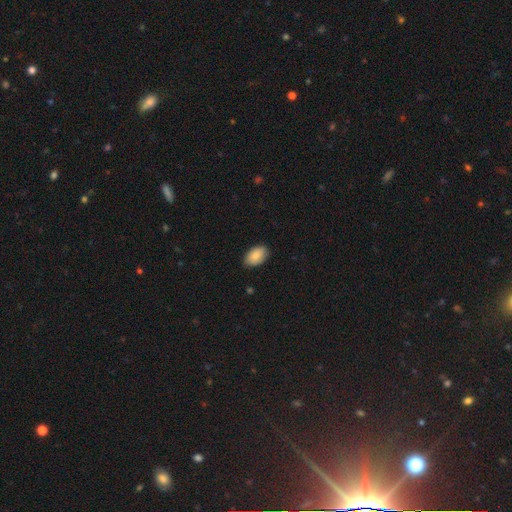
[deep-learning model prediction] A smooth galaxy with no disk features (86%) that is in between round and cigar-shaped (93%). Merging: none (85%).